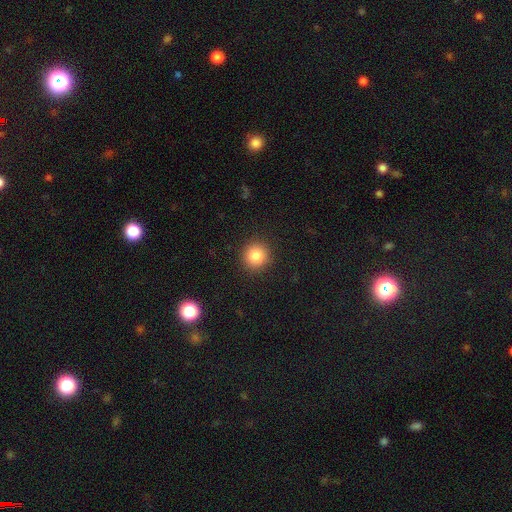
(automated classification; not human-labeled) The model was most divided on "smooth or featured": smooth: 84%, star or artifact: 10%, featured or disk: 6%. More confident: how rounded — round (93%); merging — none (92%).